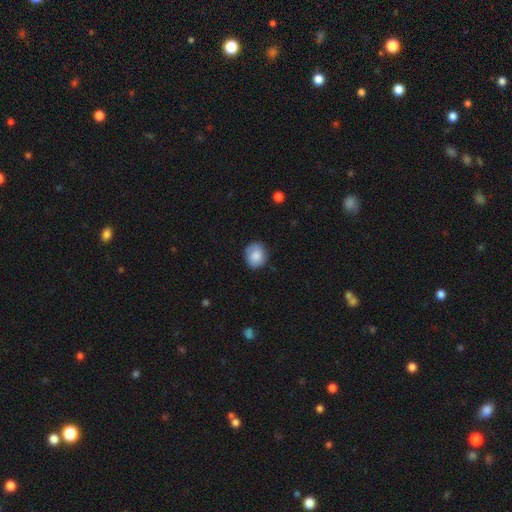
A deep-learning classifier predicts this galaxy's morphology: A smooth galaxy with no disk features (84%) that is round (66%).

Vote fractions:
- Smooth or featured? smooth: 84% / featured or disk: 8% / star or artifact: 7%
- How rounded? round: 66% / in between: 33% / cigar-shaped: 1%
- Merging? none: 77% / minor disturbance: 18% / major disturbance: 4% / merger: 1%